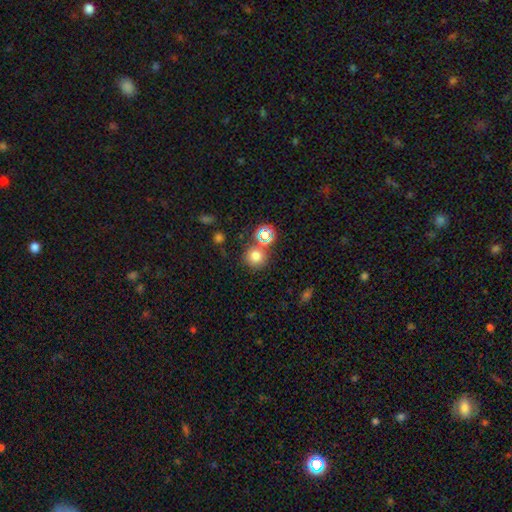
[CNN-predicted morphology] Smooth or featured? Predicted: smooth (p=0.72). How rounded? Predicted: round (p=0.90). Merging? Predicted: none (p=0.74).